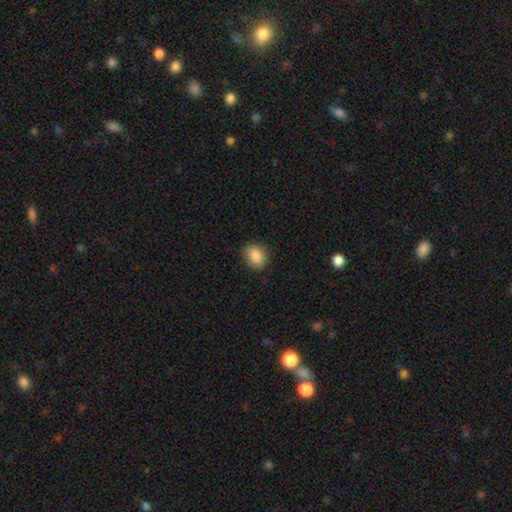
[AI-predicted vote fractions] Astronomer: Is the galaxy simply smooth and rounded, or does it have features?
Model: smooth — 88%.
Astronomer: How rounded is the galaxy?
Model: in between — 56% (runner-up: round, 43%).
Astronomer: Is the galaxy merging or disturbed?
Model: none — 85%.